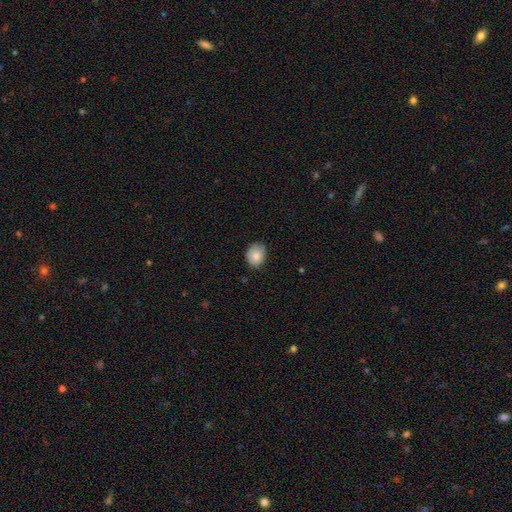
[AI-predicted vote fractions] A smooth galaxy with no disk features (84%) that is in between round and cigar-shaped (53%).

Vote fractions:
- Smooth or featured? smooth: 84% / featured or disk: 8% / star or artifact: 8%
- How rounded? in between: 53% / round: 46% / cigar-shaped: 1%
- Merging? none: 76% / minor disturbance: 20% / major disturbance: 3% / merger: 1%